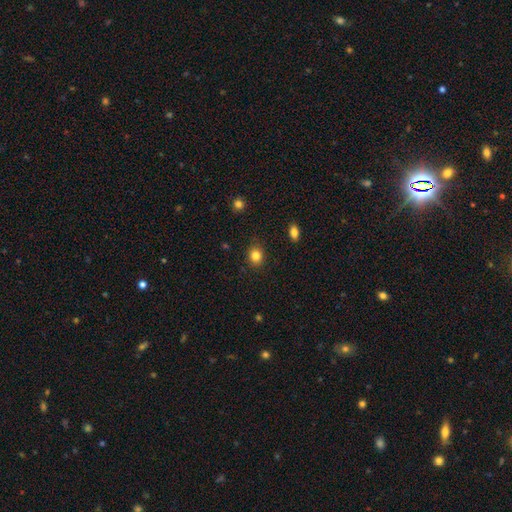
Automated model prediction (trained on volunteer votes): The model was most divided on "how rounded": round: 65%, in between: 34%, cigar-shaped: 1%. More confident: merging — none (86%); smooth or featured — smooth (84%).